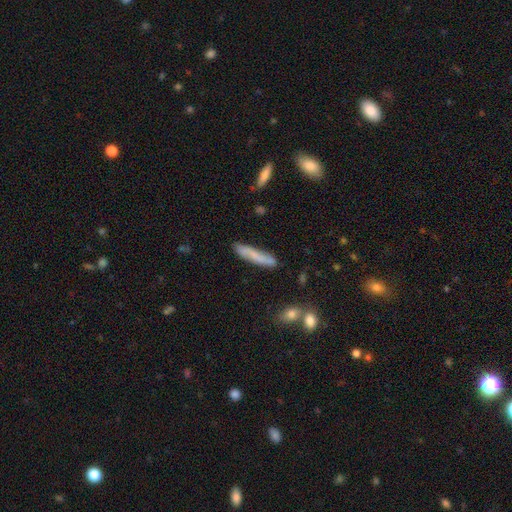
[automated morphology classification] Q: Smooth or featured?
A: smooth (67%); runner-up: featured or disk (26%)
Q: How rounded?
A: cigar-shaped (90%); runner-up: in between (9%)
Q: Merging?
A: none (79%); runner-up: minor disturbance (15%)